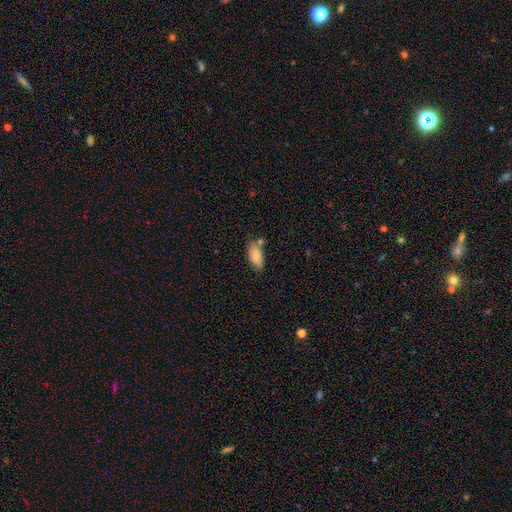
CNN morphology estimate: Overall: smooth (83%). How rounded: in between (90%). Merging: none (56%; minor disturbance 23%).